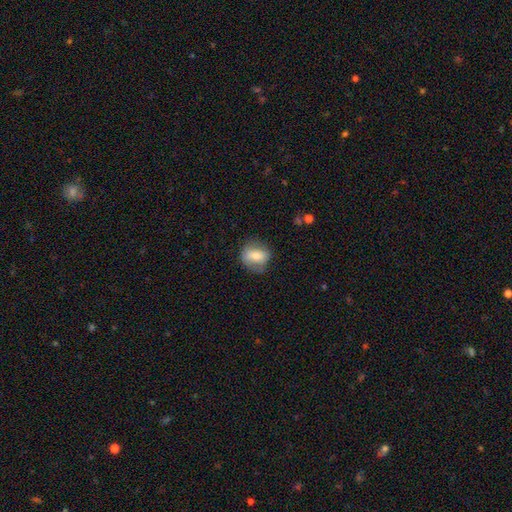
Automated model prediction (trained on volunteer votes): This appears to be a smooth galaxy with no disk features (63%) that is round (56%). Merging: none (70%).